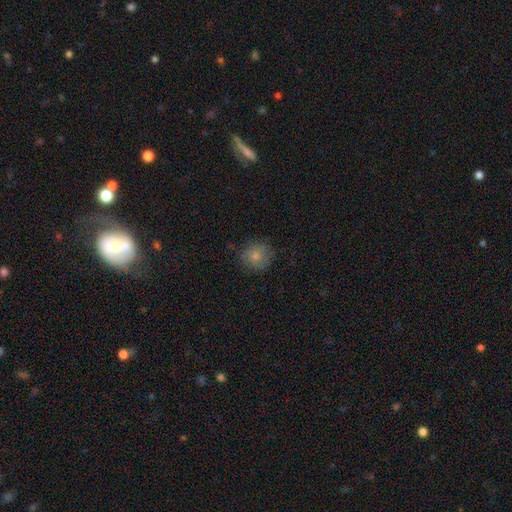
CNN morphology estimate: A smooth galaxy with no disk features (81%) that is round (90%).

Vote fractions:
- Smooth or featured? smooth: 81% / featured or disk: 10% / star or artifact: 9%
- How rounded? round: 90% / in between: 10% / cigar-shaped: 1%
- Merging? none: 79% / minor disturbance: 15% / major disturbance: 4% / merger: 1%